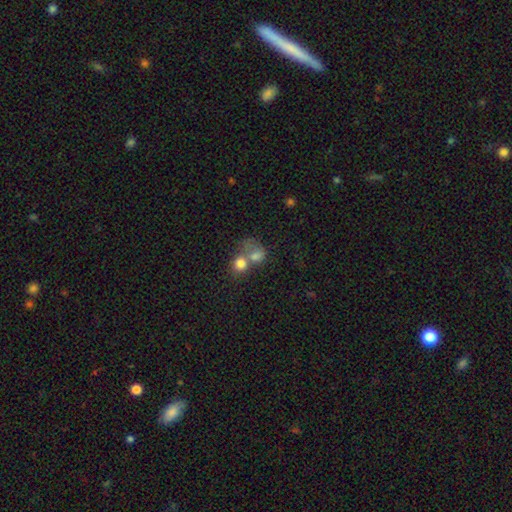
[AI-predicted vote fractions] Smooth or featured?
  - smooth: 75% *
  - featured or disk: 14%
  - star or artifact: 12%
How rounded?
  - round: 63% *
  - in between: 36%
  - cigar-shaped: 1%
Merging?
  - merger: 66% *
  - none: 20%
  - major disturbance: 7%
  - minor disturbance: 7%